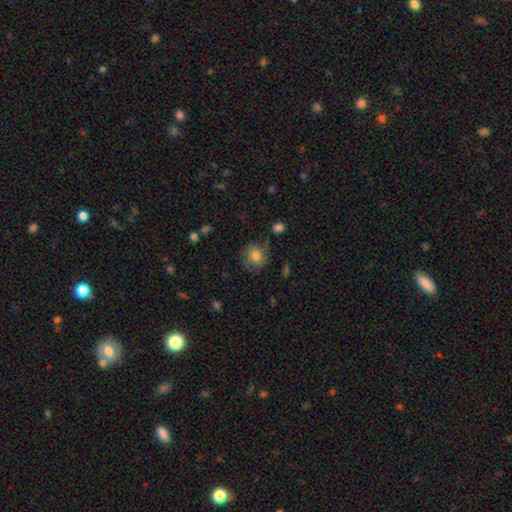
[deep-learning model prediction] smooth-or-featured: smooth: 76% | featured or disk: 15% | star or artifact: 9%
  how-rounded: round: 86% | in between: 13% | cigar-shaped: 1%
  merging: none: 75% | minor disturbance: 17% | major disturbance: 5% | merger: 2%